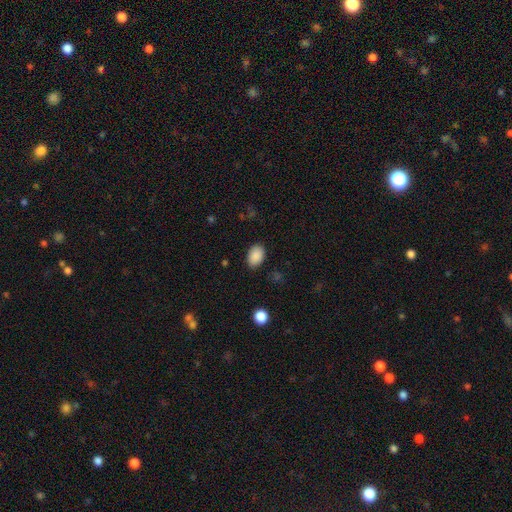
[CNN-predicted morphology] smooth 89%, star or artifact 8%, featured or disk 3%. Down the decision tree: how rounded — in between (84%); merging — none (86%).